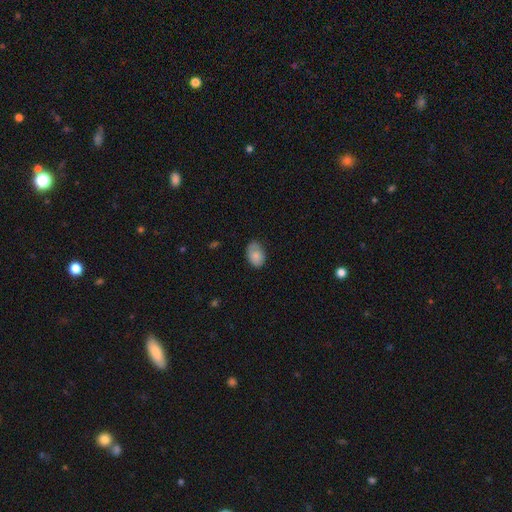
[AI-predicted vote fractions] This is likely a smooth galaxy (80%). How rounded: clearly in between (85%). Merging: likely none (67%).